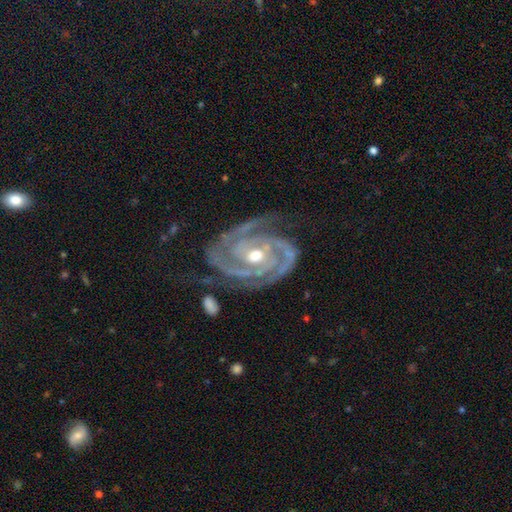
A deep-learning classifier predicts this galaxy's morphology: Smooth or featured: featured or disk — 94% (star or artifact — 3%)
Edge-on disk: no — 97% (yes — 3%)
Bar: no — 57% (weak — 28%)
Spiral arms: yes — 99% (no — 1%)
Spiral winding: tight — 73% (medium — 24%)
Spiral arm count: 2 — 68% (3 — 16%)
Bulge size: moderate — 76% (small — 17%)
Merging: none — 70% (minor disturbance — 20%)